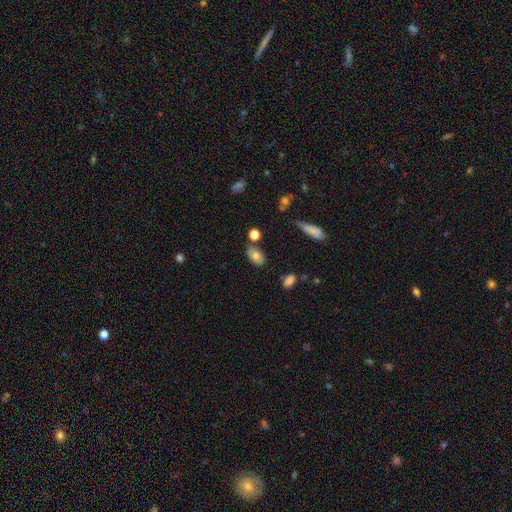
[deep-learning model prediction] Smooth or featured?
  - smooth: 72% *
  - featured or disk: 19%
  - star or artifact: 9%
How rounded?
  - in between: 89% *
  - round: 9%
  - cigar-shaped: 3%
Merging?
  - none: 73% *
  - minor disturbance: 15%
  - merger: 8%
  - major disturbance: 4%